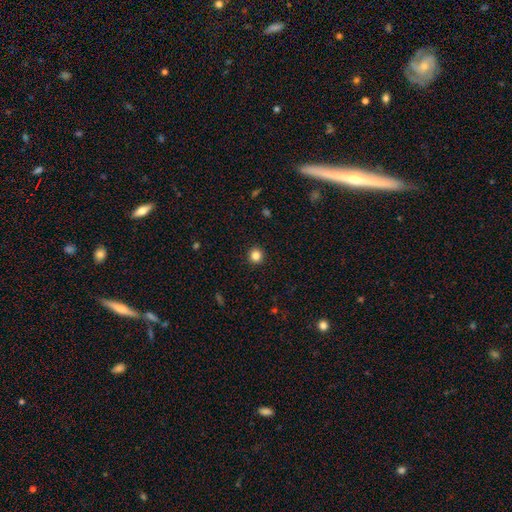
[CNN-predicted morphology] smooth 84%, star or artifact 12%, featured or disk 4%. Down the decision tree: how rounded — round (94%); merging — none (93%).